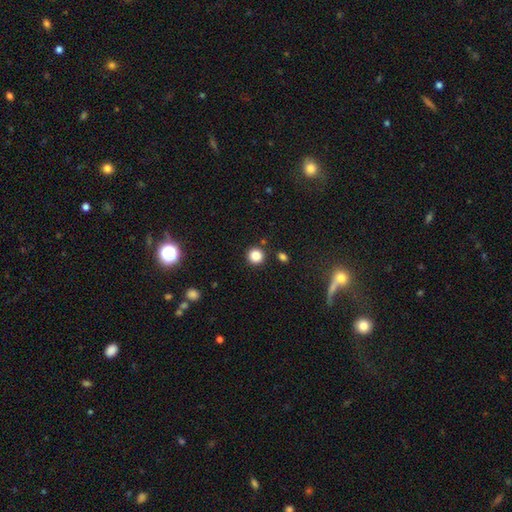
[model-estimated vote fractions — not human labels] Q: Smooth or featured?
A: smooth (84%); runner-up: star or artifact (12%)
Q: How rounded?
A: round (93%); runner-up: in between (6%)
Q: Merging?
A: none (87%); runner-up: minor disturbance (7%)